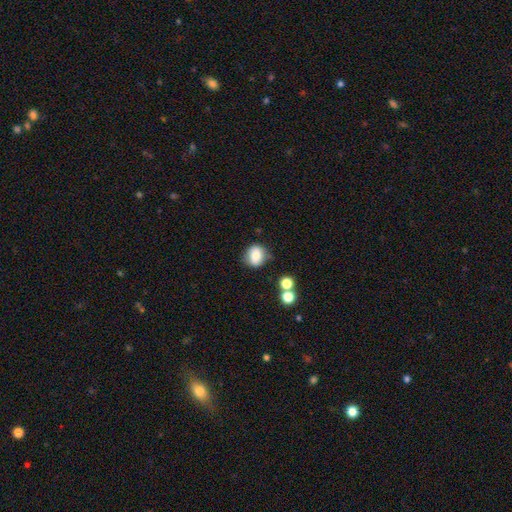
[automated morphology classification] Q: Smooth or featured?
A: smooth (74%); runner-up: featured or disk (16%)
Q: How rounded?
A: round (70%); runner-up: in between (29%)
Q: Merging?
A: none (74%); runner-up: minor disturbance (15%)